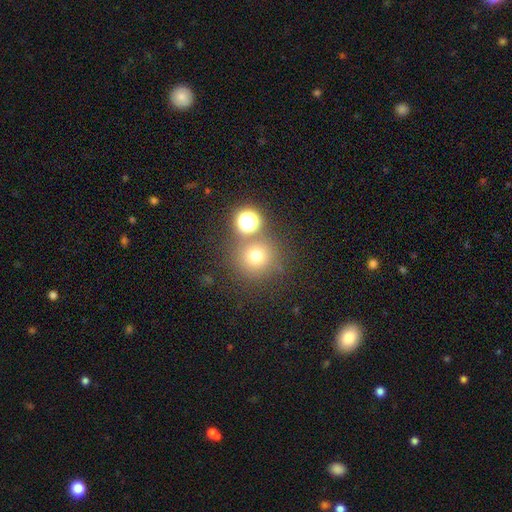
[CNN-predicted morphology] Smooth or featured? Predicted: smooth (p=0.71). How rounded? Predicted: round (p=0.94). Merging? Predicted: none (p=0.73).